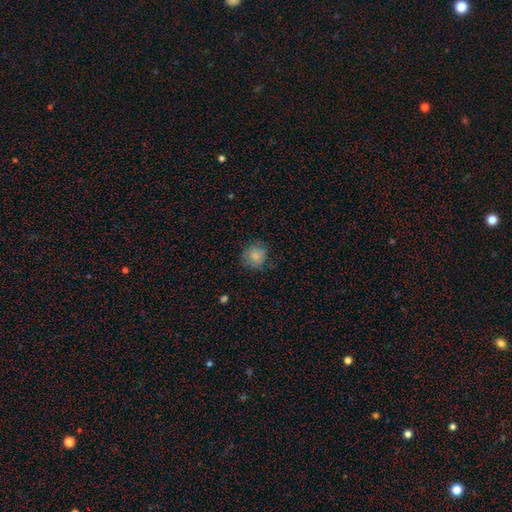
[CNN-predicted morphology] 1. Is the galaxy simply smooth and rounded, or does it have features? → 82% smooth, 9% featured or disk, 9% star or artifact.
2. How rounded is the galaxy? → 86% round, 13% in between, 1% cigar-shaped.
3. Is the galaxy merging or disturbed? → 73% none, 19% minor disturbance, 7% major disturbance, 1% merger.